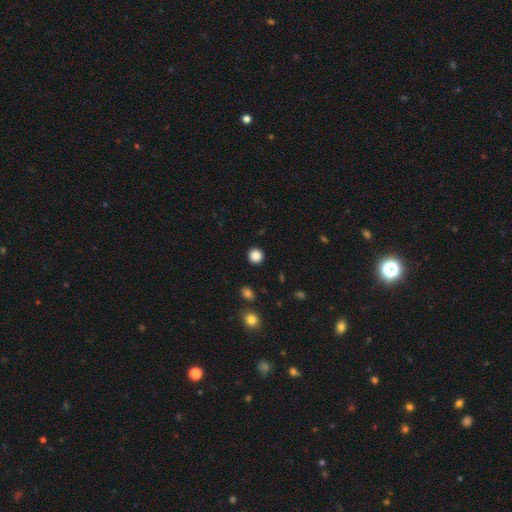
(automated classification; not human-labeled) This appears to be a smooth galaxy with no disk features (87%) that is round (94%). Merging: none (92%).